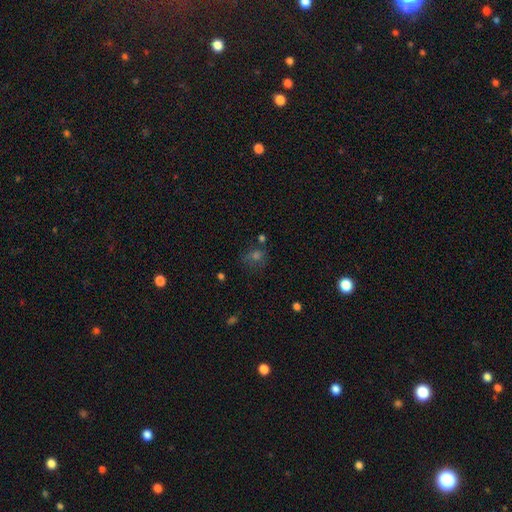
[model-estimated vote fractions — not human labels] Smooth or featured? smooth (48%)
Merging? none (63%)